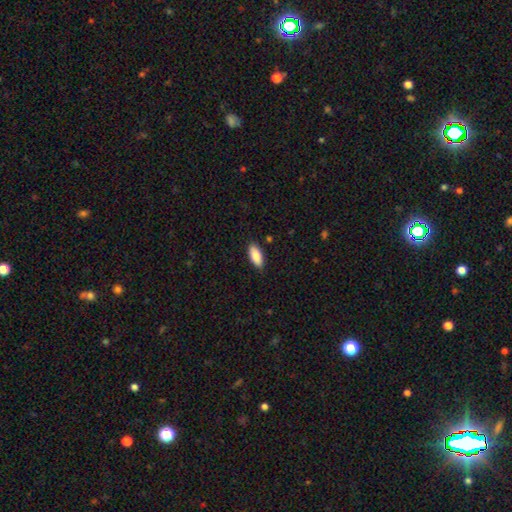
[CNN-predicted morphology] Smooth or featured? Predicted: smooth (p=0.87). How rounded? Predicted: in between (p=0.85). Merging? Predicted: none (p=0.87).